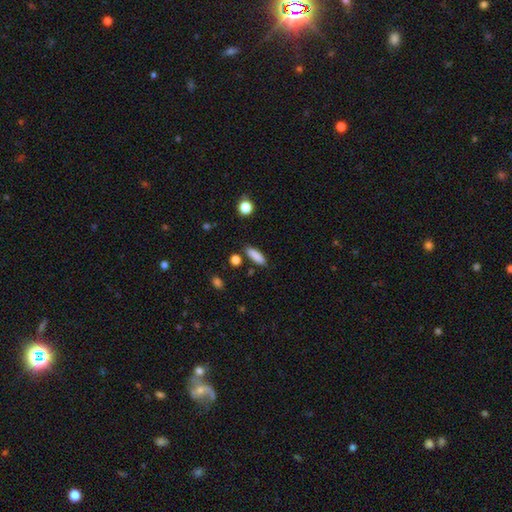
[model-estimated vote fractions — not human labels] Morphology: type=smooth (86%); roundness=cigar-shaped (55%); merging=none (83%).